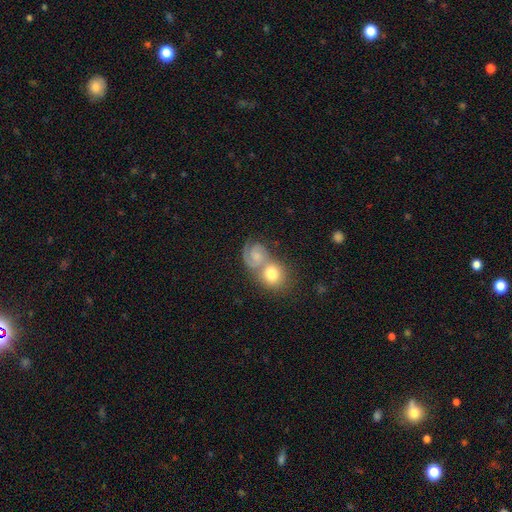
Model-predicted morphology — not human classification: featured or disk 61%, smooth 30%, star or artifact 8%. Down the decision tree: edge-on disk — no (97%); bar — no (69%); spiral arms — yes (91%); spiral arm count — 2 (65%); spiral winding — tight (48%); bulge size — moderate (38%); merging — merger (55%).